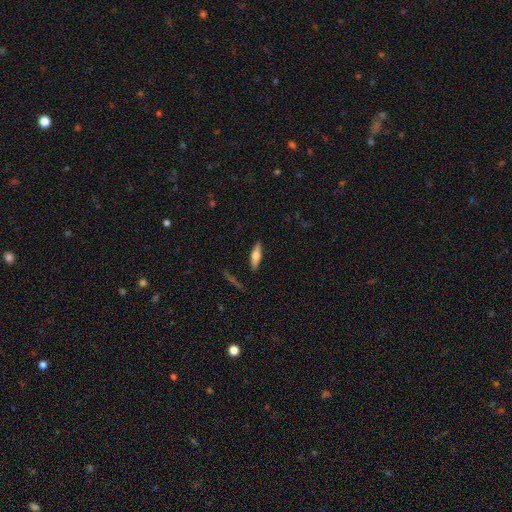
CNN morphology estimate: smooth 54%, featured or disk 40%, star or artifact 7%. Down the decision tree: how rounded — cigar-shaped (64%); merging — none (87%).